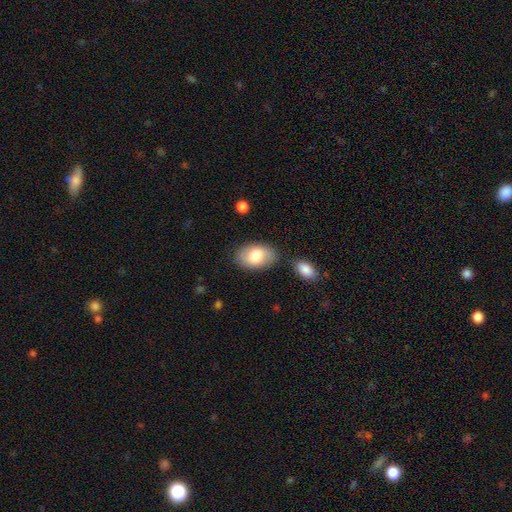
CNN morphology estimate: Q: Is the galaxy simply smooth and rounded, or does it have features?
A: smooth — 77%.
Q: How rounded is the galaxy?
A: in between — 91%.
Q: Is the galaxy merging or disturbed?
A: none — 77%.